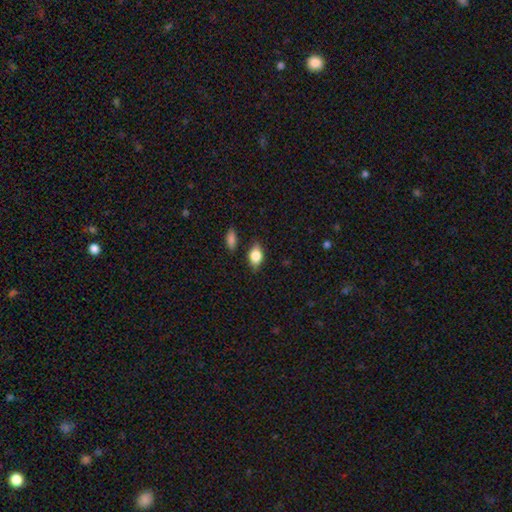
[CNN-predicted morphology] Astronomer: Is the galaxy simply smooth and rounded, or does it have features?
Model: smooth — 79%.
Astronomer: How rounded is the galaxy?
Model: in between — 81%.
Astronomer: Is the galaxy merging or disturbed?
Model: none — 78%.